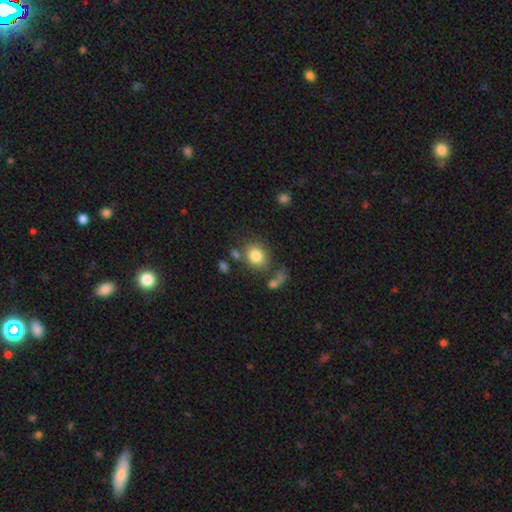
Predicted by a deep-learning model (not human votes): smooth-or-featured: smooth: 81% | star or artifact: 10% | featured or disk: 9%
  how-rounded: round: 71% | in between: 28% | cigar-shaped: 1%
  merging: none: 66% | minor disturbance: 15% | merger: 13% | major disturbance: 7%